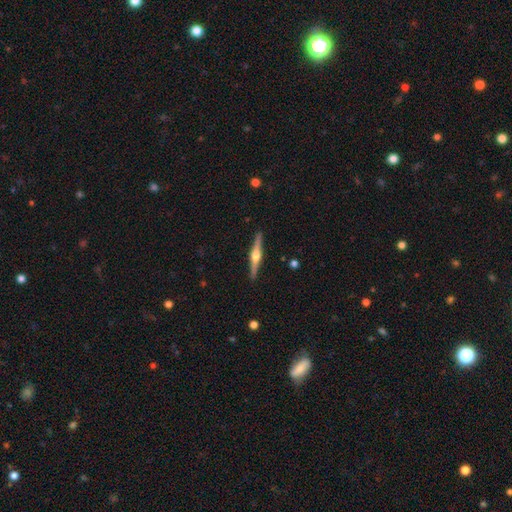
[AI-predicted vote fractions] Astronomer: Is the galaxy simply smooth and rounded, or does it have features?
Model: featured or disk — 80%.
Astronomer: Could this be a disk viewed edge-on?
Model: yes — 98%.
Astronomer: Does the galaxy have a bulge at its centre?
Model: rounded — 95%.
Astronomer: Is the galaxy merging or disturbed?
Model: none — 92%.